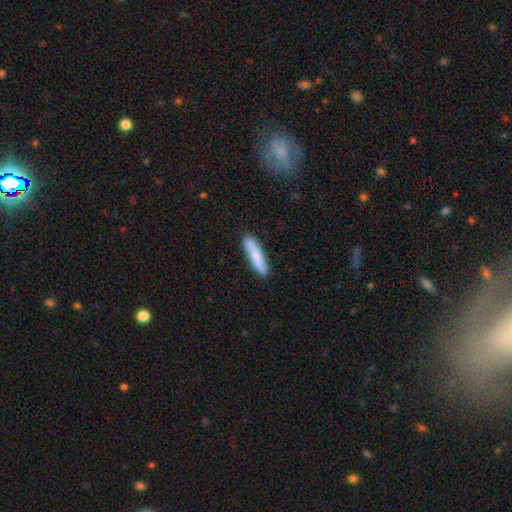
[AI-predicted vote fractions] Q: Smooth or featured?
A: smooth (76%); runner-up: featured or disk (18%)
Q: How rounded?
A: cigar-shaped (83%); runner-up: in between (15%)
Q: Merging?
A: none (87%); runner-up: minor disturbance (10%)